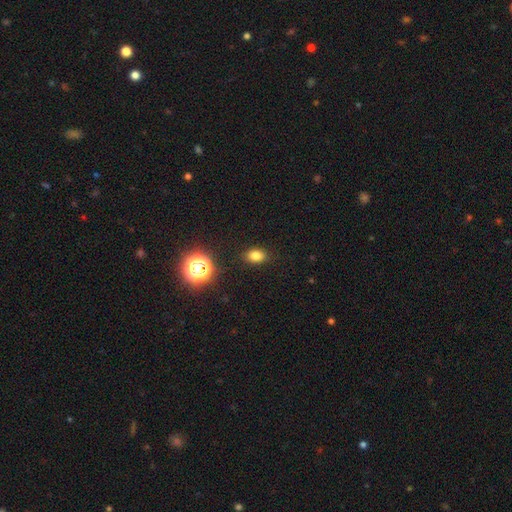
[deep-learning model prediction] smooth 79%, star or artifact 15%, featured or disk 6%. Down the decision tree: how rounded — in between (77%); merging — none (88%).